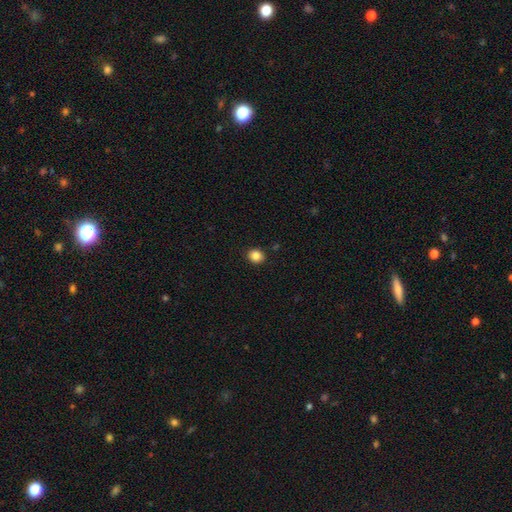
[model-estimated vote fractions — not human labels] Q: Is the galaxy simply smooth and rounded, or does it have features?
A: smooth — 85%.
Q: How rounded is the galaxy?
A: round — 76%.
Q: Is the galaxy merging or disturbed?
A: none — 90%.